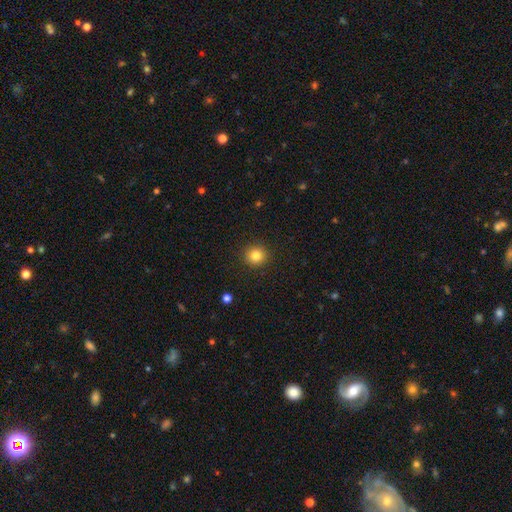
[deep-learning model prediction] Overall: smooth (83%). How rounded: round (93%). Merging: none (92%).